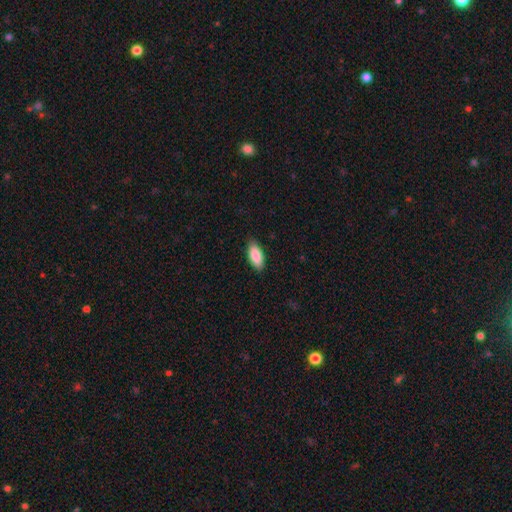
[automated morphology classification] Q: Smooth or featured?
A: smooth (88%); runner-up: featured or disk (6%)
Q: How rounded?
A: in between (85%); runner-up: cigar-shaped (13%)
Q: Merging?
A: none (86%); runner-up: minor disturbance (11%)